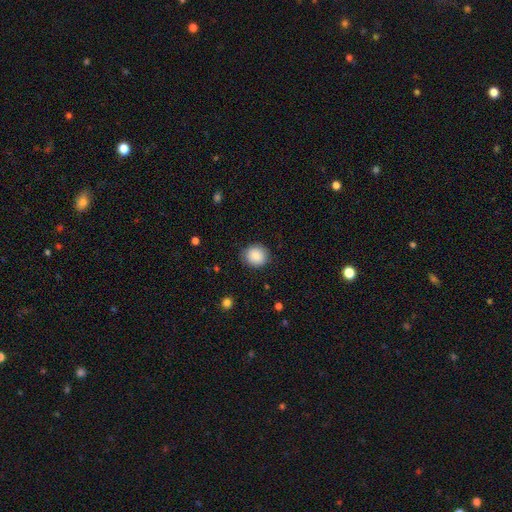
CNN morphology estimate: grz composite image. It shows a smooth galaxy with no disk features (87%) that is round (82%). Merging: none (85%).